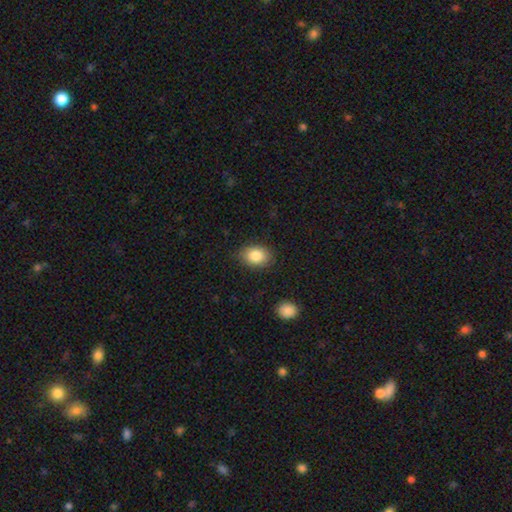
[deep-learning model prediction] This appears to be a smooth galaxy with no disk features (85%) that is in between round and cigar-shaped (72%). Merging: none (83%).